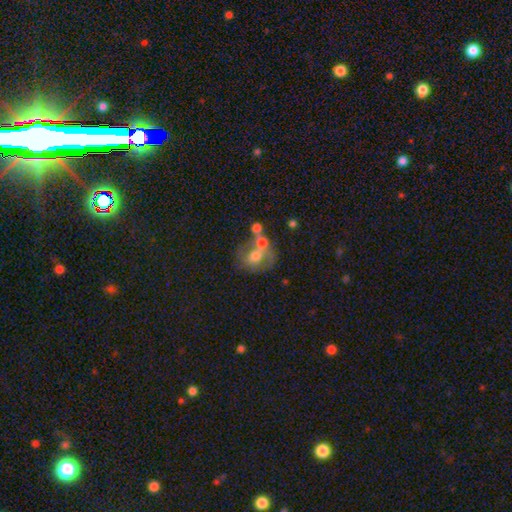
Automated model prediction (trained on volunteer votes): This is possibly a smooth galaxy (48%). Merging: possibly merger (48%).